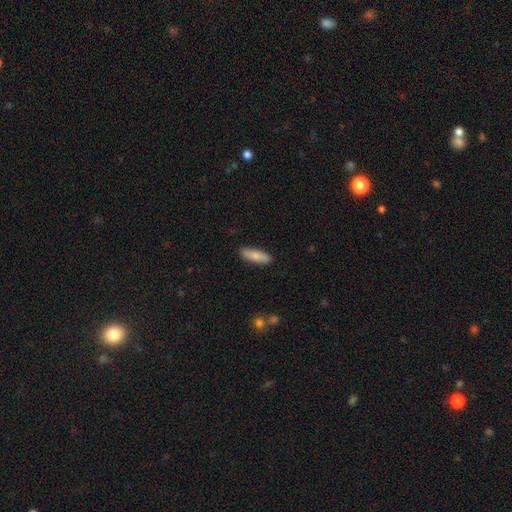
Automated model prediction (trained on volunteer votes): The model was most divided on "how rounded": in between: 53%, cigar-shaped: 45%, round: 2%. More confident: merging — none (88%); smooth or featured — smooth (76%).